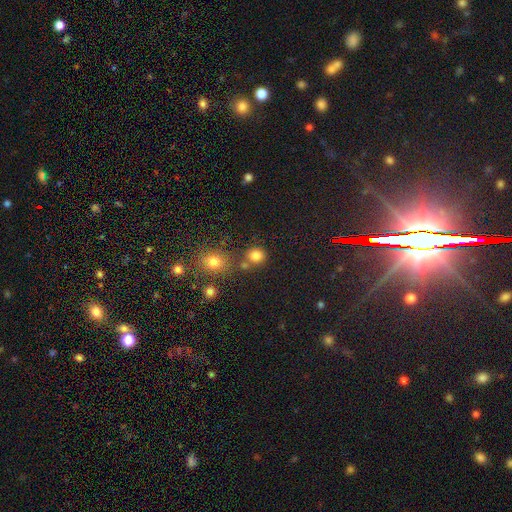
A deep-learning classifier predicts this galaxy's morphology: Smooth or featured?
  - smooth: 80% *
  - star or artifact: 14%
  - featured or disk: 5%
How rounded?
  - round: 80% *
  - in between: 19%
  - cigar-shaped: 1%
Merging?
  - none: 70% *
  - merger: 16%
  - minor disturbance: 10%
  - major disturbance: 4%